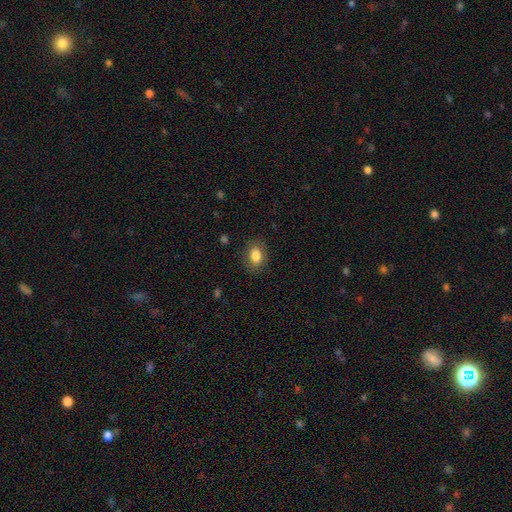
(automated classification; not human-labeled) This is clearly a smooth galaxy (83%). How rounded: likely in between (73%). Merging: clearly none (84%).